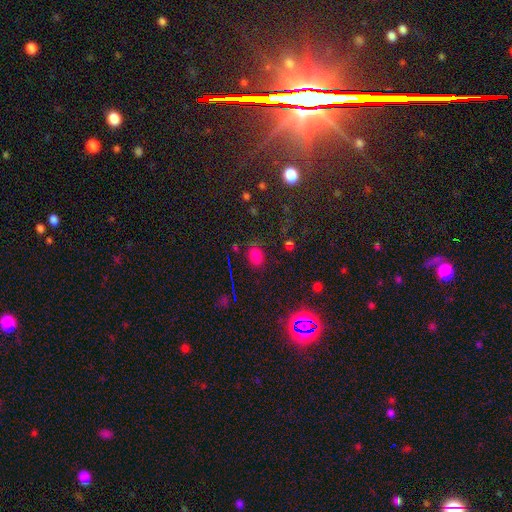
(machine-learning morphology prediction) Smooth or featured?
  - smooth: 71% *
  - star or artifact: 22%
  - featured or disk: 7%
How rounded?
  - in between: 68% *
  - round: 31%
  - cigar-shaped: 2%
Merging?
  - none: 78% *
  - minor disturbance: 14%
  - major disturbance: 5%
  - merger: 3%